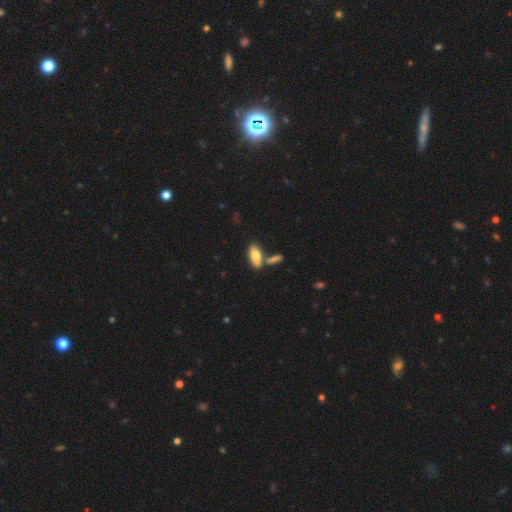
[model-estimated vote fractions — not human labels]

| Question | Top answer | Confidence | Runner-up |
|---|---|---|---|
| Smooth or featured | smooth | 75% | featured or disk (18%) |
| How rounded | in between | 84% | cigar-shaped (13%) |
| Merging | none | 62% | merger (23%) |